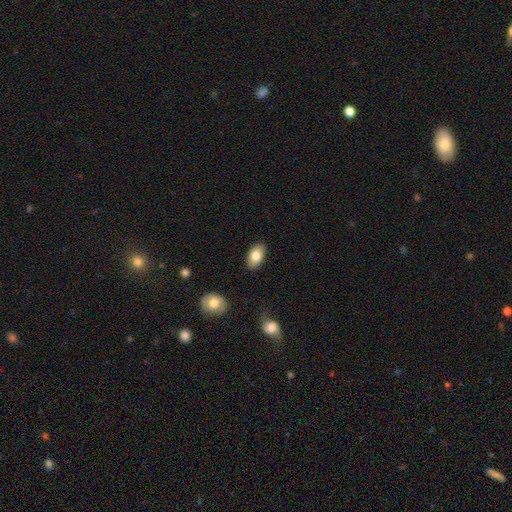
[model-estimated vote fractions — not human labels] A smooth galaxy with no disk features (82%) that is in between round and cigar-shaped (93%).

Vote fractions:
- Smooth or featured? smooth: 82% / featured or disk: 11% / star or artifact: 7%
- How rounded? in between: 93% / round: 5% / cigar-shaped: 2%
- Merging? none: 87% / minor disturbance: 9% / major disturbance: 2% / merger: 1%